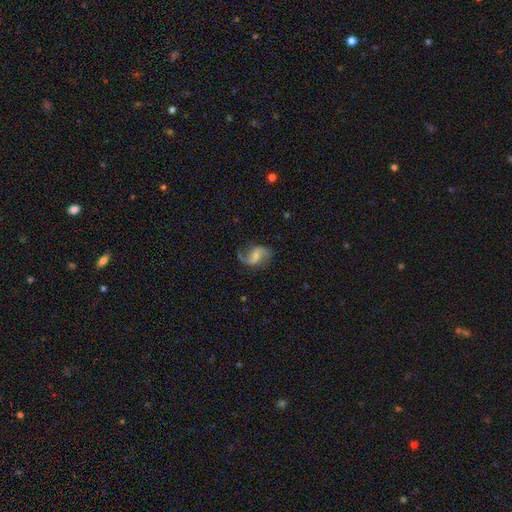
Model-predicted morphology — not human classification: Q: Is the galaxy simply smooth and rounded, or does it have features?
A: featured or disk — 84%.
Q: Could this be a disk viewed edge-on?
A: no — 98%.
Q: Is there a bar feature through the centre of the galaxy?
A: weak — 50%.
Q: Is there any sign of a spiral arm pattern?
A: yes — 96%.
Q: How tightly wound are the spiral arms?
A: loose — 69%.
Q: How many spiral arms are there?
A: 2 — 91%.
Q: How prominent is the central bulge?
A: small — 45%.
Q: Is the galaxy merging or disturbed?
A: none — 75%.